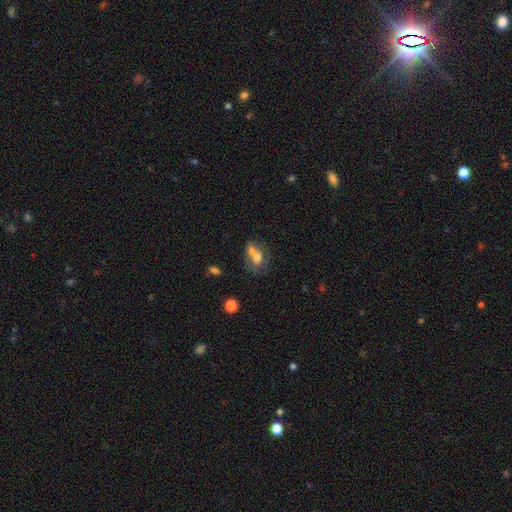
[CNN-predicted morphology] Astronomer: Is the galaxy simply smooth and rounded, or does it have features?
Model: smooth — 58%.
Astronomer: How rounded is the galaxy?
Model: in between — 60% (runner-up: round, 37%).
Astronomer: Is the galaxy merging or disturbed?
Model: merger — 59%.